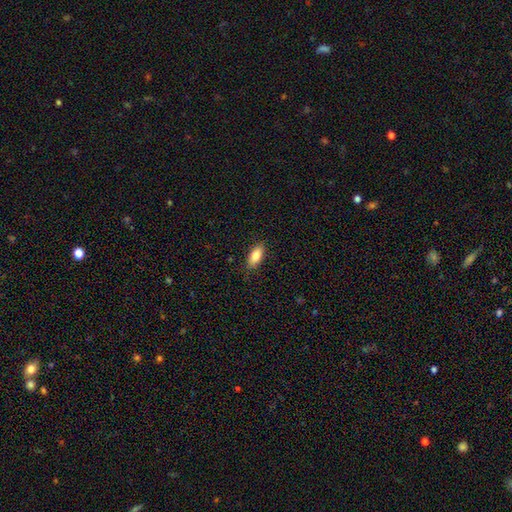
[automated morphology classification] Smooth or featured? Predicted: smooth (p=0.81). How rounded? Predicted: in between (p=0.84). Merging? Predicted: none (p=0.86).